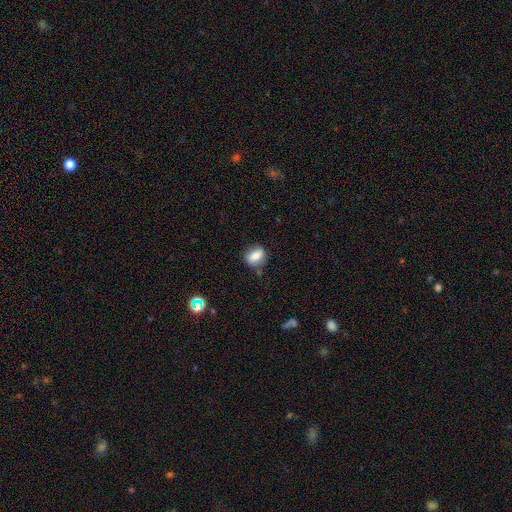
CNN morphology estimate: smooth 77%, featured or disk 14%, star or artifact 9%. Down the decision tree: how rounded — in between (65%); merging — none (73%).